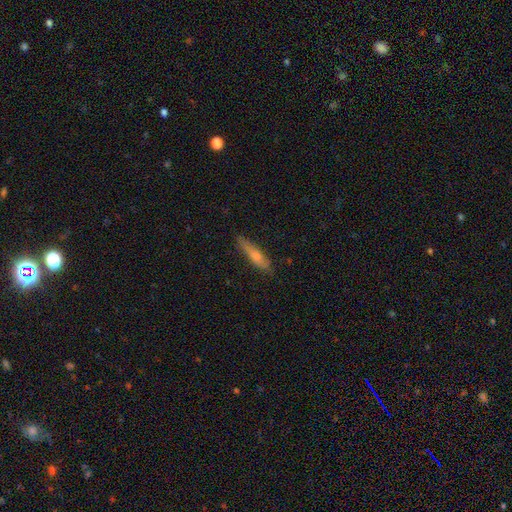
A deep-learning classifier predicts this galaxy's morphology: Q: Smooth or featured?
A: smooth (68%); runner-up: featured or disk (25%)
Q: How rounded?
A: cigar-shaped (78%); runner-up: in between (20%)
Q: Merging?
A: none (72%); runner-up: minor disturbance (21%)